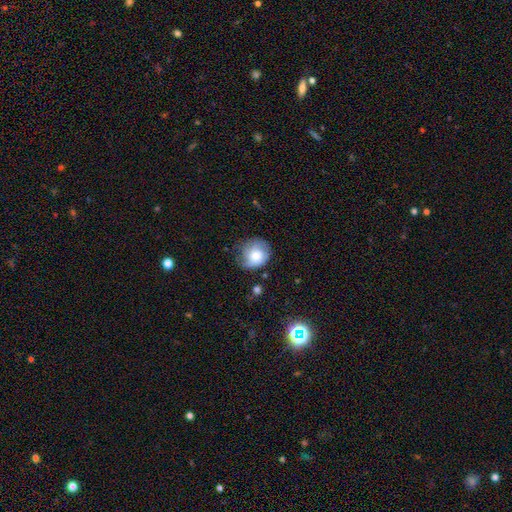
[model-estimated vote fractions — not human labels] This appears to be a smooth galaxy with no disk features (55%) that is round (81%). Merging: none (62%).